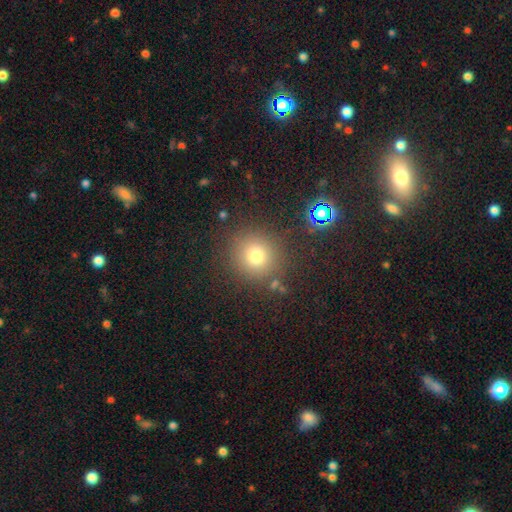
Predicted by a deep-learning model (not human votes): smooth_or_featured: smooth (p=0.74) [alt: star or artifact p=0.17]
how_rounded: round (p=0.91) [alt: in between p=0.08]
merging: none (p=0.85) [alt: minor disturbance p=0.08]